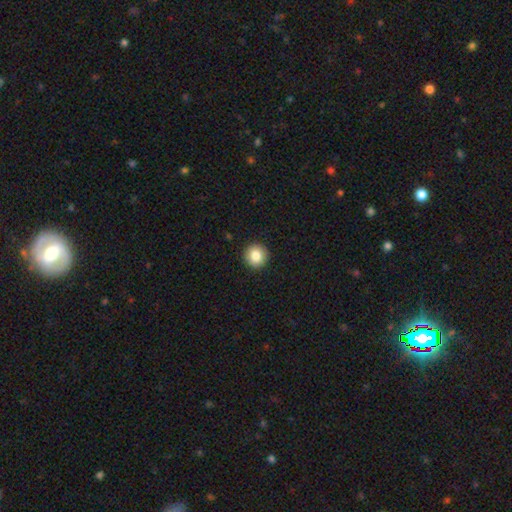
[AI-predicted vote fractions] smooth 85%, star or artifact 9%, featured or disk 6%. Down the decision tree: how rounded — round (94%); merging — none (93%).